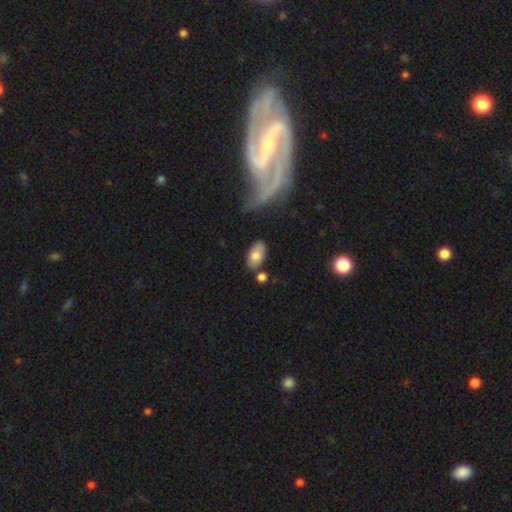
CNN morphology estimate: smooth-or-featured: smooth: 75% | featured or disk: 18% | star or artifact: 7%
  how-rounded: in between: 93% | round: 4% | cigar-shaped: 3%
  merging: none: 74% | minor disturbance: 14% | merger: 9% | major disturbance: 3%